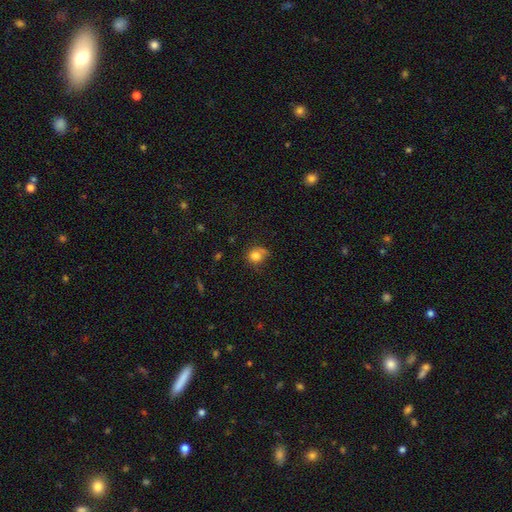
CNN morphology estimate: Smooth or featured? Predicted: smooth (p=0.81). How rounded? Predicted: round (p=0.76). Merging? Predicted: none (p=0.55).